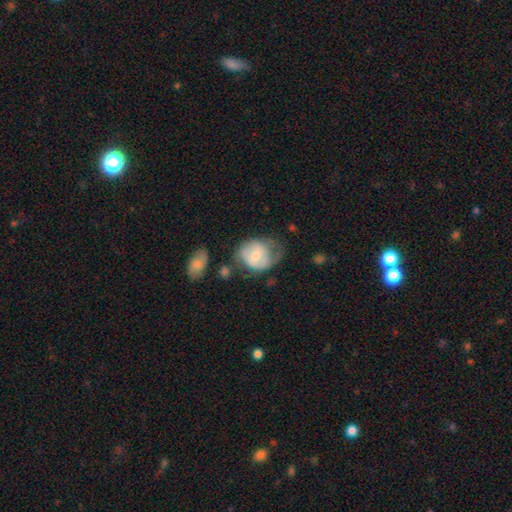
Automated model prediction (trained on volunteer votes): A smooth galaxy with no disk features (51%) that is round (56%). Merging: none (36%).